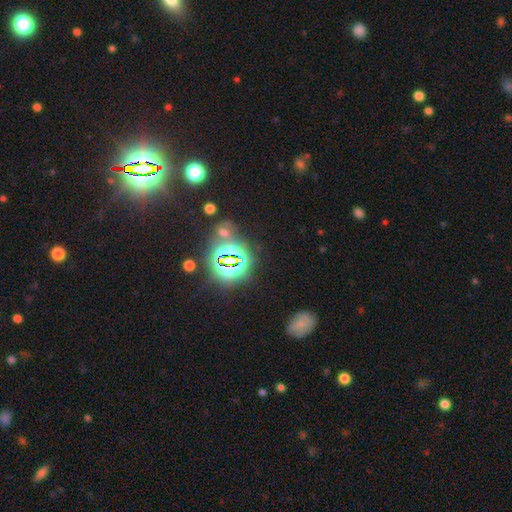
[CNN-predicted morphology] star or artifact 80%, smooth 11%, featured or disk 8%.